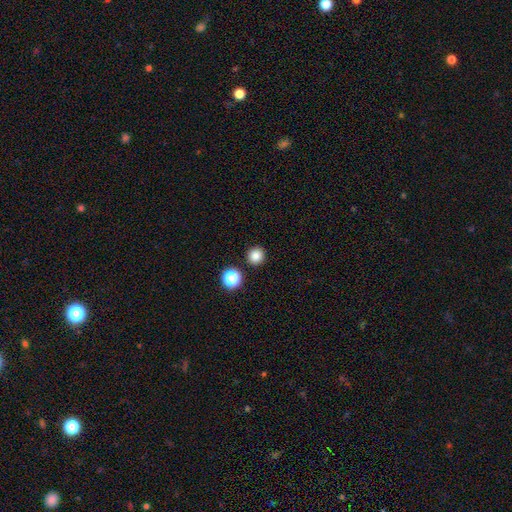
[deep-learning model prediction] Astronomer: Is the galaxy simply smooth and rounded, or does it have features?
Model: smooth — 83%.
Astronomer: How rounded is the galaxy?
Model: round — 94%.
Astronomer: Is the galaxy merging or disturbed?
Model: none — 91%.